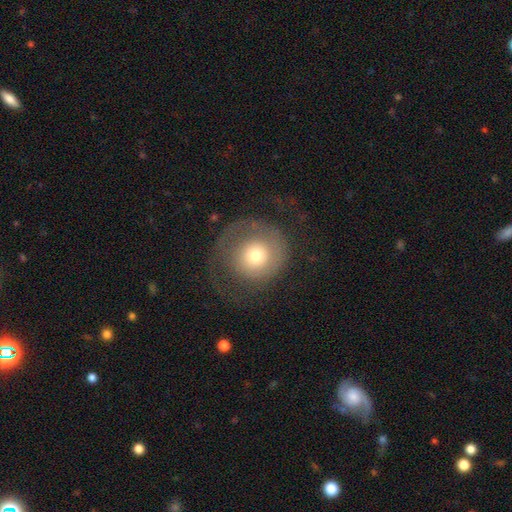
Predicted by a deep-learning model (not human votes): This appears to be a smooth galaxy with no disk features (49%). Merging: none (50%).